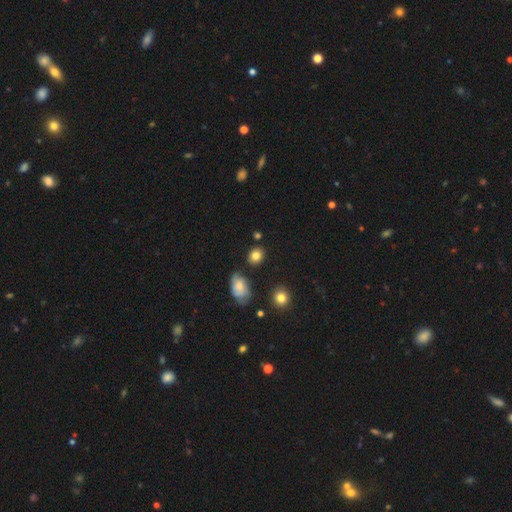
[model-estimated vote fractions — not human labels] Overall: smooth (82%). How rounded: round (66%; in between 33%). Merging: none (81%).